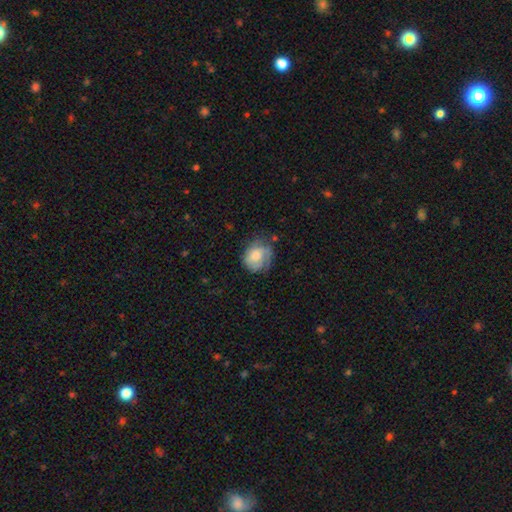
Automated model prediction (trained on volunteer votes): Smooth or featured?
  - smooth: 58% *
  - featured or disk: 34%
  - star or artifact: 8%
How rounded?
  - round: 64% *
  - in between: 35%
  - cigar-shaped: 1%
Merging?
  - none: 55% *
  - minor disturbance: 29%
  - major disturbance: 14%
  - merger: 2%